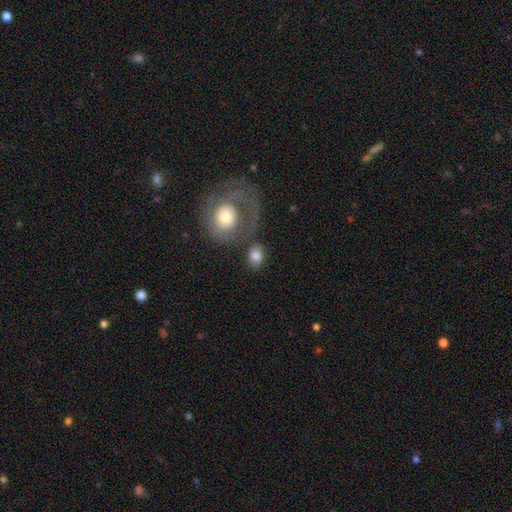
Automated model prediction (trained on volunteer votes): Overall: smooth (79%). How rounded: in between (59%; round 40%). Merging: none (65%).